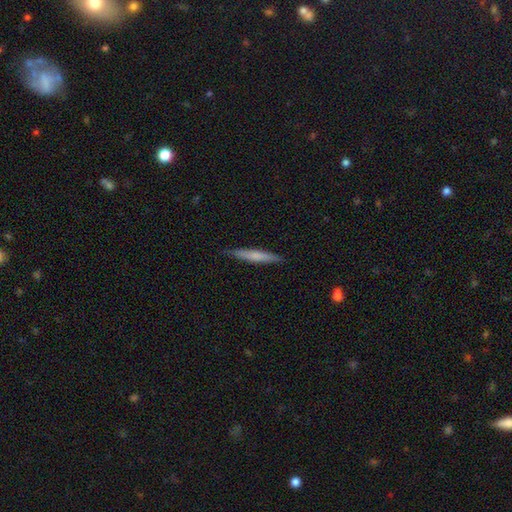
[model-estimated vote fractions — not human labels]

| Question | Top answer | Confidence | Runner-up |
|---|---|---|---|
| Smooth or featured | smooth | 63% | featured or disk (32%) |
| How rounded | cigar-shaped | 94% | in between (4%) |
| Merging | none | 88% | minor disturbance (10%) |